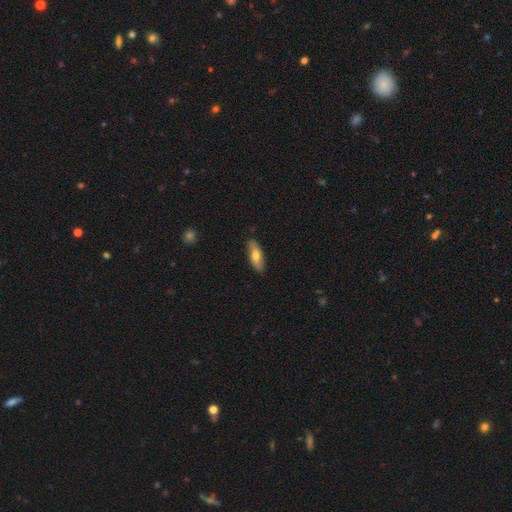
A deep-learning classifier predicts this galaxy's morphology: This is likely a smooth galaxy (66%). How rounded: likely in between (66%). Merging: clearly none (84%).